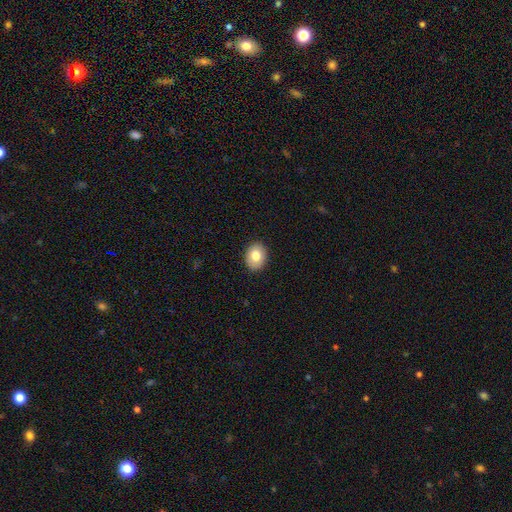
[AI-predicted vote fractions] smooth-or-featured: smooth: 78% | featured or disk: 14% | star or artifact: 8%
  how-rounded: in between: 55% | round: 44% | cigar-shaped: 1%
  merging: none: 89% | minor disturbance: 8% | major disturbance: 2% | merger: 1%